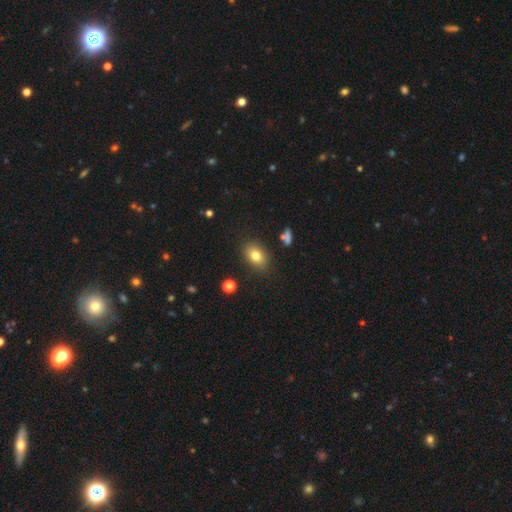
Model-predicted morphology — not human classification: Smooth or featured? Predicted: smooth (p=0.78). How rounded? Predicted: in between (p=0.76). Merging? Predicted: none (p=0.83).